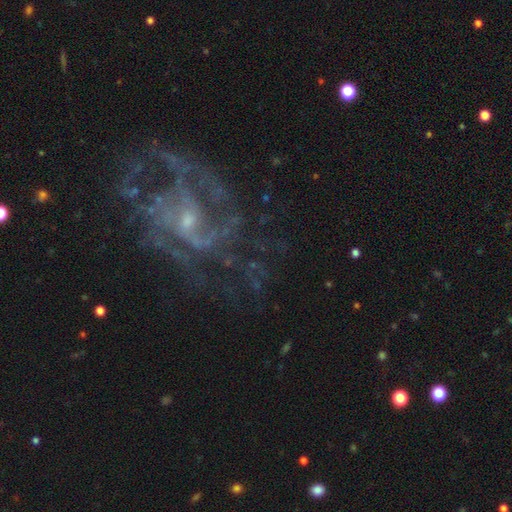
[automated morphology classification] A featured or disk galaxy (84%) with no bar (50%), 2 (30%) medium (48%) spiral arms (93%) and a small central bulge (72%). Merging: none (64%).